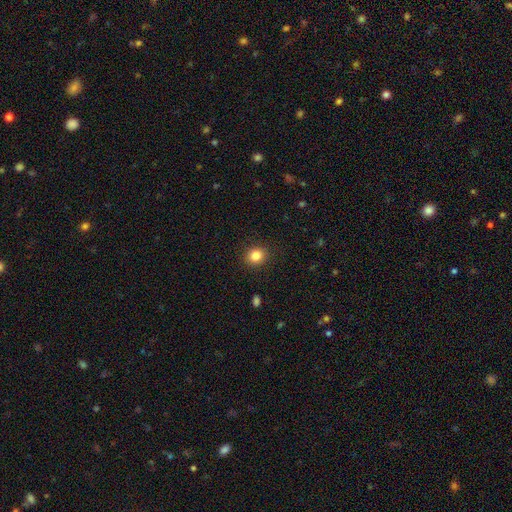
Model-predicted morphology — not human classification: smooth-or-featured: smooth: 83% | star or artifact: 11% | featured or disk: 6%
  how-rounded: round: 78% | in between: 21% | cigar-shaped: 1%
  merging: none: 90% | minor disturbance: 7% | major disturbance: 2% | merger: 1%